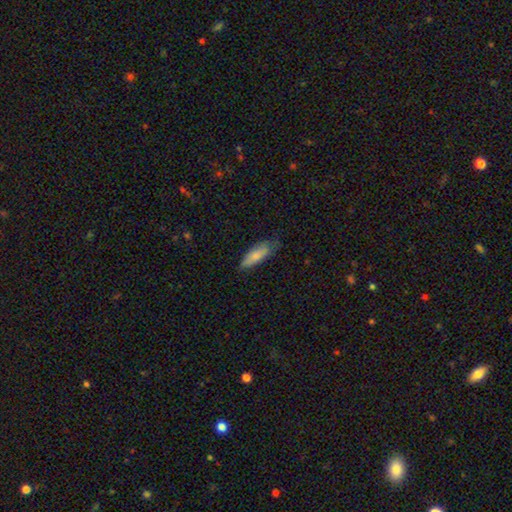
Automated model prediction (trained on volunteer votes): This is likely a smooth galaxy (79%). How rounded: likely in between (66%). Merging: possibly none (60%).